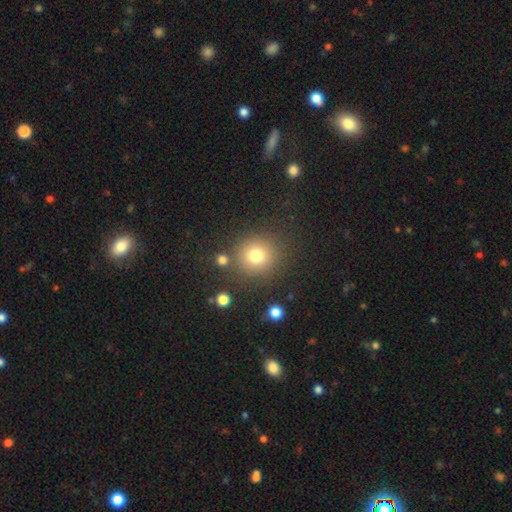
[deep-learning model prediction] This is likely a smooth galaxy (77%). How rounded: clearly round (91%). Merging: clearly none (82%).